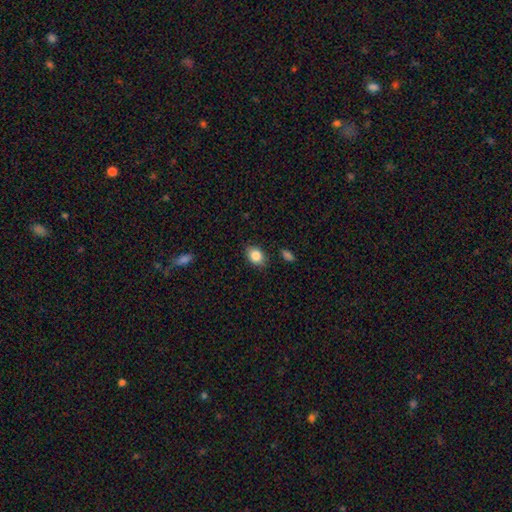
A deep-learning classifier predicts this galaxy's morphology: A smooth galaxy with no disk features (85%) that is in between round and cigar-shaped (68%).

Vote fractions:
- Smooth or featured? smooth: 85% / star or artifact: 9% / featured or disk: 6%
- How rounded? in between: 68% / round: 30% / cigar-shaped: 1%
- Merging? none: 83% / minor disturbance: 12% / major disturbance: 3% / merger: 2%